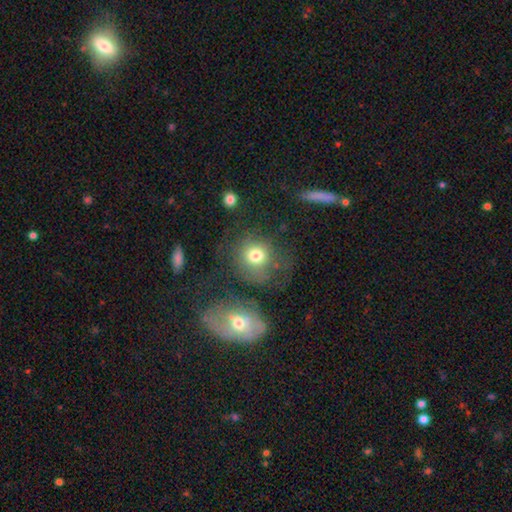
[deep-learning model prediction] Smooth or featured? Predicted: smooth (p=0.69). How rounded? Predicted: round (p=0.79). Merging? Predicted: none (p=0.50).